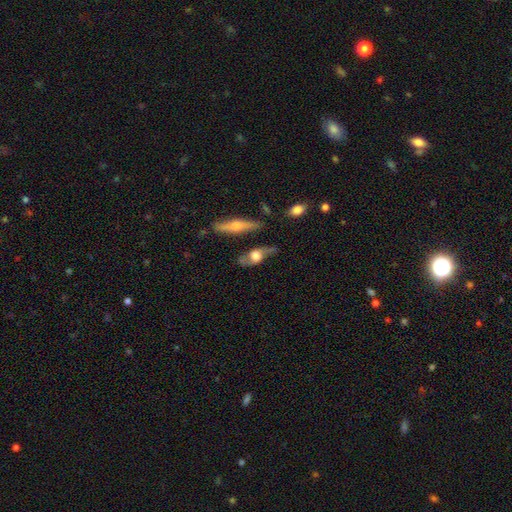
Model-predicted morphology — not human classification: Smooth or featured? Predicted: featured or disk (p=0.64). Edge-on disk? Predicted: no (p=0.56). Merging? Predicted: none (p=0.58).